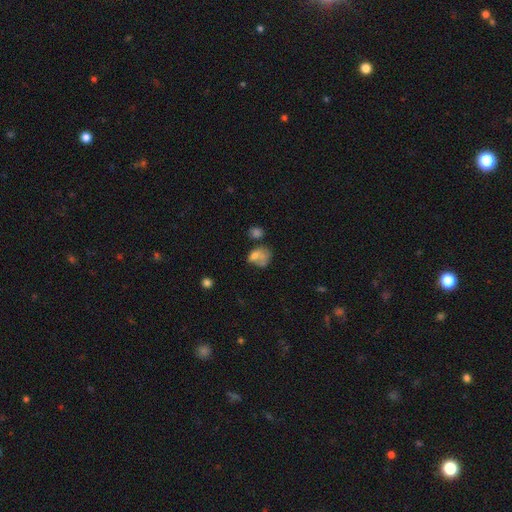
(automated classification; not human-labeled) Smooth or featured: smooth — 68% (featured or disk — 20%)
How rounded: in between — 63% (round — 36%)
Merging: major disturbance — 28% (none — 26%)